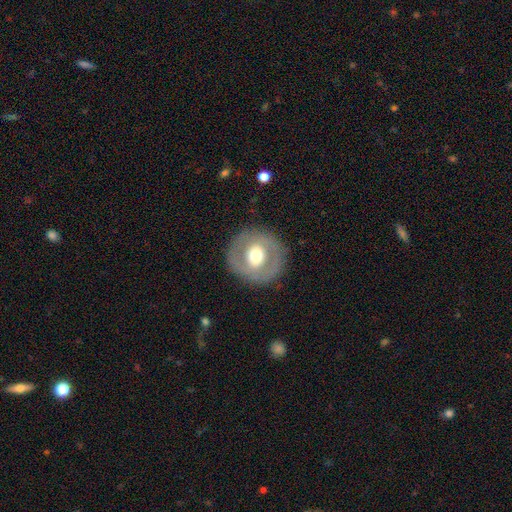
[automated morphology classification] Smooth or featured? smooth (48%)
Merging? none (86%)